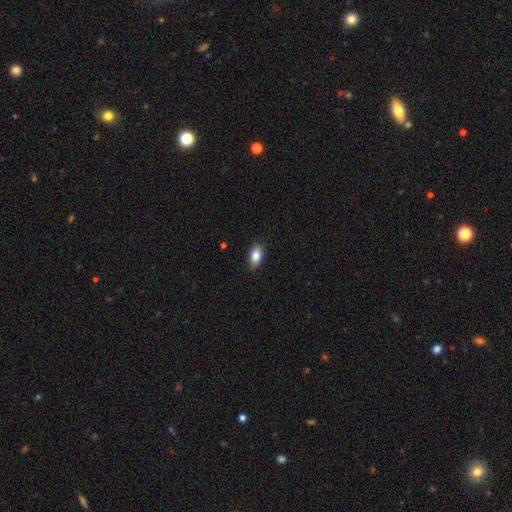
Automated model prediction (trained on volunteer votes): Q: Smooth or featured?
A: smooth (84%); runner-up: featured or disk (9%)
Q: How rounded?
A: in between (89%); runner-up: round (7%)
Q: Merging?
A: none (88%); runner-up: minor disturbance (9%)